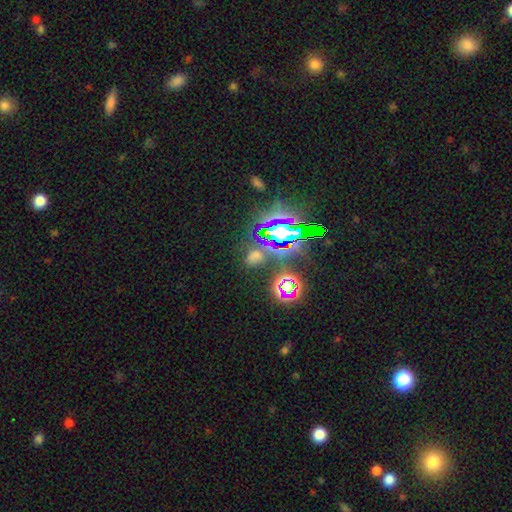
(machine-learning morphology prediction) star or artifact 57%, smooth 32%, featured or disk 11%.